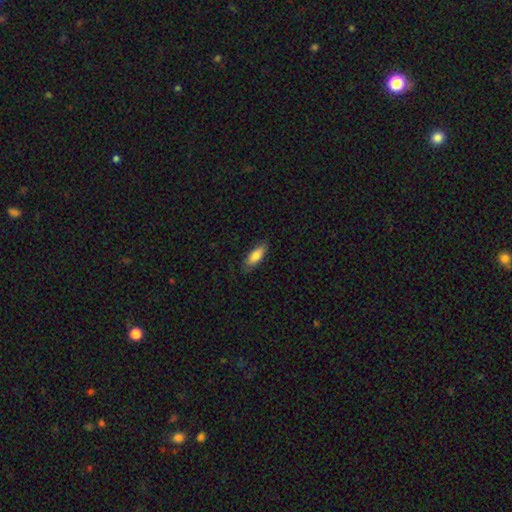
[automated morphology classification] Smooth or featured? smooth (80%)
How rounded? in between (74%)
Merging? none (78%)